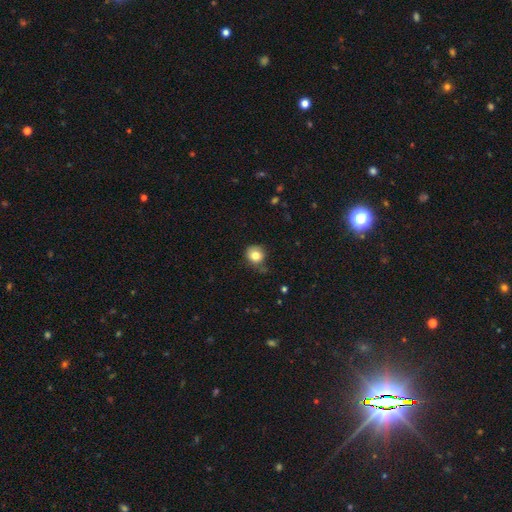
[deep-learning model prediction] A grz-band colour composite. It shows a smooth galaxy with no disk features (81%) that is round (83%). Merging: none (64%).